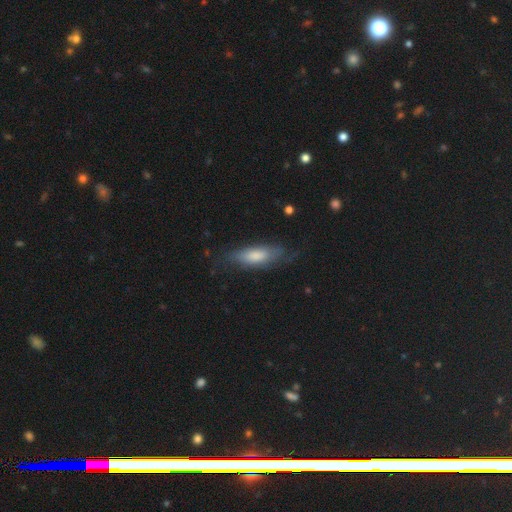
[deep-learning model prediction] smooth-or-featured: smooth: 63% | featured or disk: 31% | star or artifact: 6%
  how-rounded: in between: 63% | cigar-shaped: 35% | round: 2%
  merging: none: 63% | minor disturbance: 24% | major disturbance: 11% | merger: 2%